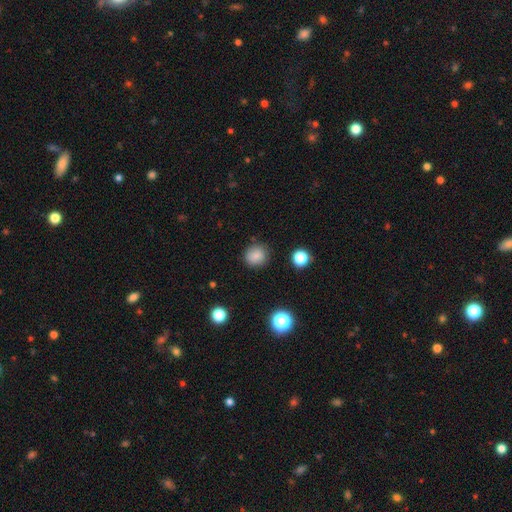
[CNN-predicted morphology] Smooth or featured? Predicted: smooth (p=0.84). How rounded? Predicted: round (p=0.84). Merging? Predicted: none (p=0.86).